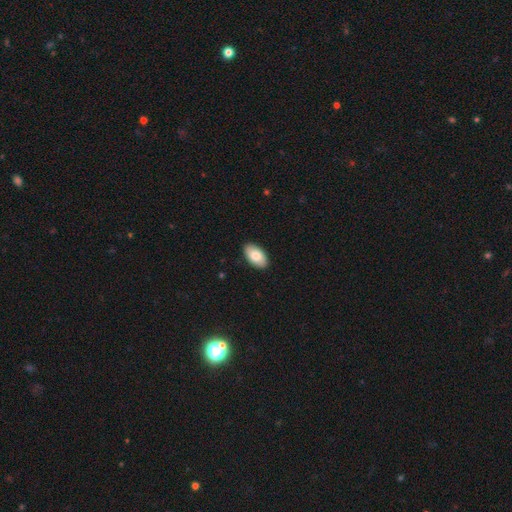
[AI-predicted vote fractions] This is clearly a smooth galaxy (83%). How rounded: clearly in between (95%). Merging: clearly none (90%).